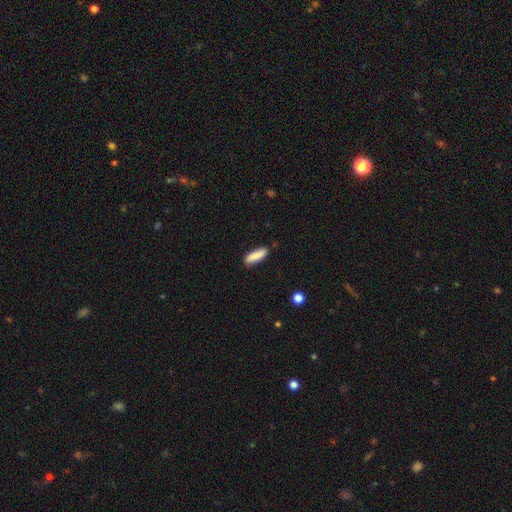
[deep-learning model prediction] Smooth or featured?
  - smooth: 86% *
  - featured or disk: 7%
  - star or artifact: 6%
How rounded?
  - in between: 49% * (tied)
  - cigar-shaped: 49% * (tied)
  - round: 2%
Merging?
  - none: 82% *
  - minor disturbance: 14%
  - major disturbance: 2%
  - merger: 2%